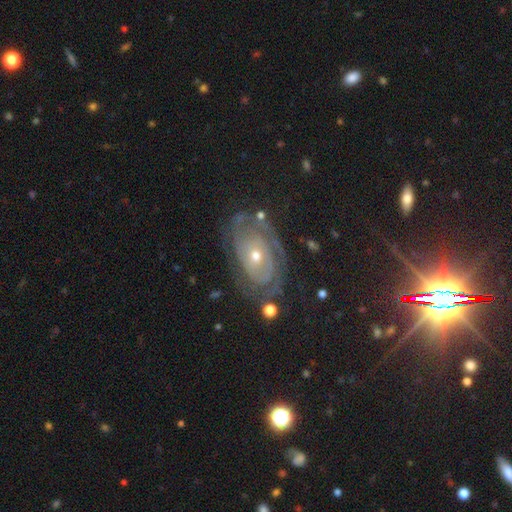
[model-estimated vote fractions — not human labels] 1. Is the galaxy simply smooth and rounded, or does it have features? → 77% featured or disk, 12% star or artifact, 11% smooth.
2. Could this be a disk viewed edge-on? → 95% no, 5% yes.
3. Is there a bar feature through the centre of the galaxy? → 81% no, 14% weak, 5% strong.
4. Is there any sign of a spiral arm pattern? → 84% yes, 16% no.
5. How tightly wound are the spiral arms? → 75% tight, 18% medium, 6% loose.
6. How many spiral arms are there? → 43% can't tell, 29% 2, 10% 3, 7% 1, 6% 4, 5% more than 4.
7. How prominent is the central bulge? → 50% moderate, 46% small, 2% large, 1% none, 1% dominant.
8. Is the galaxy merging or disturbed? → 72% none, 17% minor disturbance, 9% major disturbance, 2% merger.